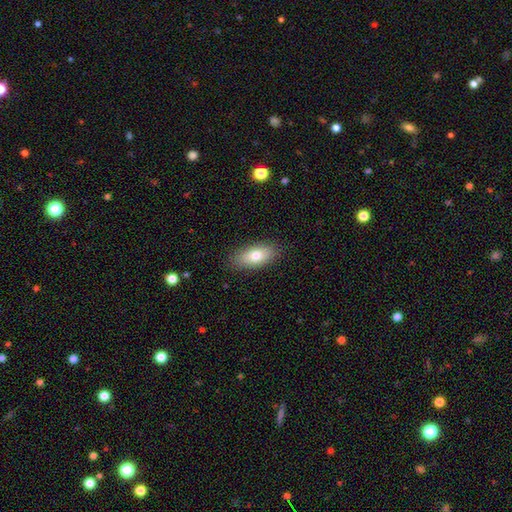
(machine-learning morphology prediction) Smooth or featured?
  - smooth: 78% *
  - featured or disk: 15%
  - star or artifact: 7%
How rounded?
  - in between: 87% *
  - cigar-shaped: 9%
  - round: 4%
Merging?
  - none: 87% *
  - minor disturbance: 10%
  - major disturbance: 2%
  - merger: 1%